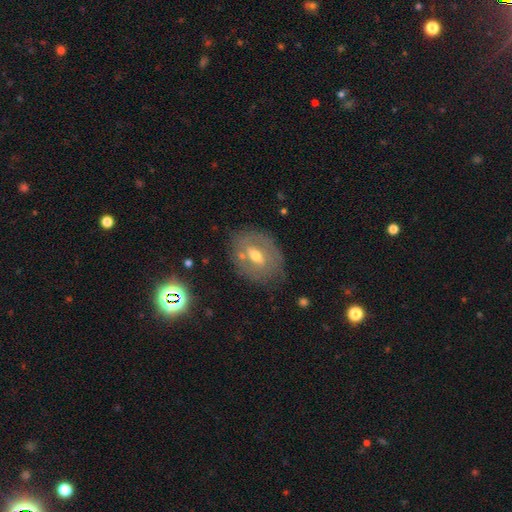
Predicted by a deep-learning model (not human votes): Smooth or featured? featured or disk (61%)
Edge-on disk? no (90%)
Bar? weak (45%)
Spiral arms? no (62%)
Bulge size? moderate (72%)
Merging? none (70%)